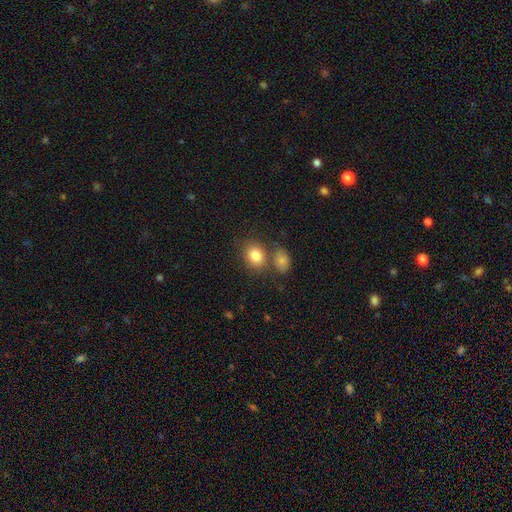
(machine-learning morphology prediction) Smooth or featured: smooth — 82% (star or artifact — 9%)
How rounded: in between — 52% (round — 47%)
Merging: none — 59% (merger — 25%)